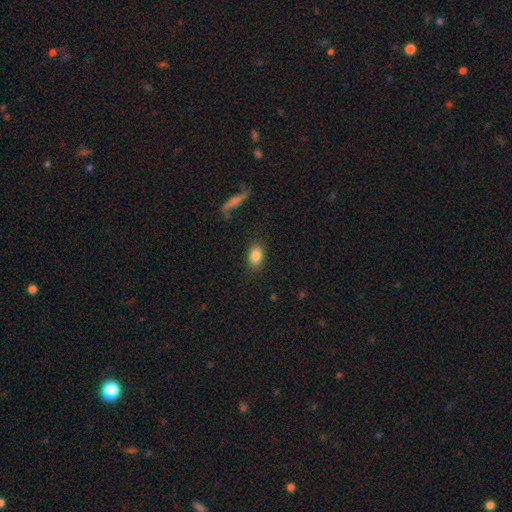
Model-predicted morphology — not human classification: The model was most divided on "merging": none: 84%, minor disturbance: 11%, major disturbance: 3%, merger: 2%. More confident: smooth or featured — smooth (86%); how rounded — in between (85%).